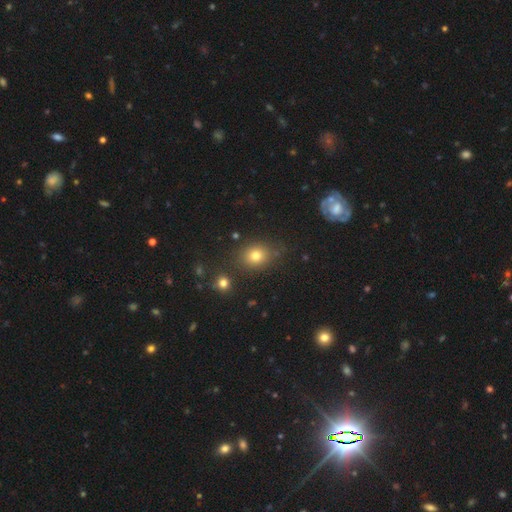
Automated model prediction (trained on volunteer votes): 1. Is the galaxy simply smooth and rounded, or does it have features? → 77% smooth, 15% star or artifact, 9% featured or disk.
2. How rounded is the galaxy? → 54% round, 45% in between, 1% cigar-shaped.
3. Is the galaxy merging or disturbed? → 79% none, 12% minor disturbance, 5% merger, 4% major disturbance.